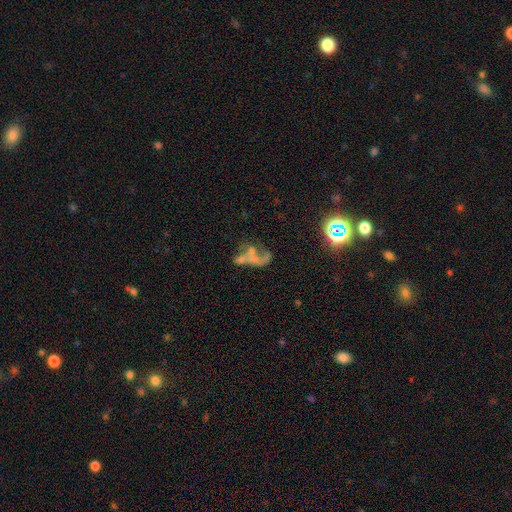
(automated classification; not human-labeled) Smooth or featured? Predicted: featured or disk (p=0.49). Merging? Predicted: major disturbance (p=0.30).